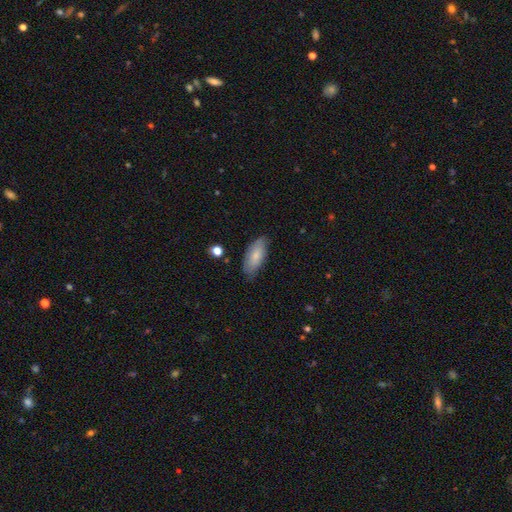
A smooth galaxy with no disk features (76%) that is in between round and cigar-shaped (79%). Merging: none (70%).